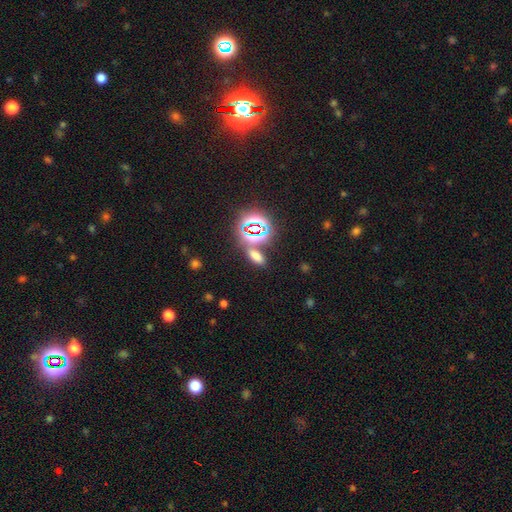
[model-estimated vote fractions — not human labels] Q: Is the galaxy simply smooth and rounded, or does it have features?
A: smooth — 58%.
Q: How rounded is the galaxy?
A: in between — 70%.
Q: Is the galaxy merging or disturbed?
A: none — 74%.